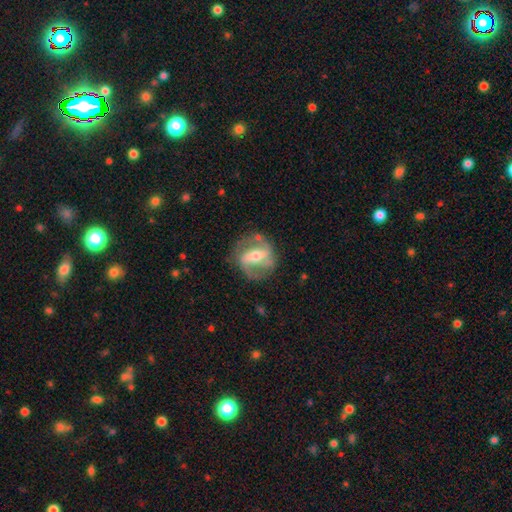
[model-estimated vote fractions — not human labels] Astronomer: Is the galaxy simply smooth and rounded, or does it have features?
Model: featured or disk — 80%.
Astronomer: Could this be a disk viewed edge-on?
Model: no — 94%.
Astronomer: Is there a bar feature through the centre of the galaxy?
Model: strong — 57%.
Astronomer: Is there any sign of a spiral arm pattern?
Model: yes — 83%.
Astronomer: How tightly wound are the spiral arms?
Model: medium — 45% (runner-up: loose, 33%).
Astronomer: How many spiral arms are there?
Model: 2 — 84%.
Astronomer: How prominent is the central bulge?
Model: moderate — 54% (runner-up: small, 40%).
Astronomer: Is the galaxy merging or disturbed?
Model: none — 72%.